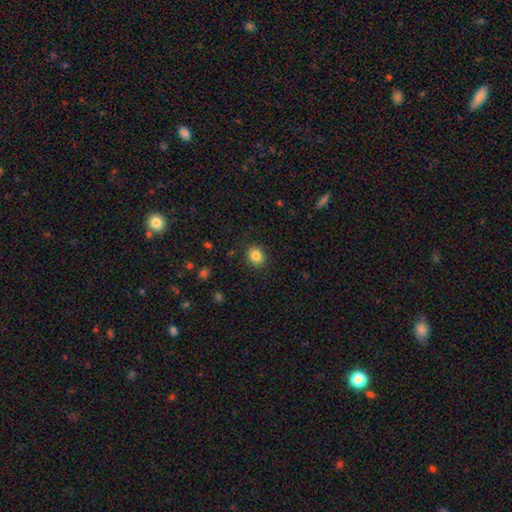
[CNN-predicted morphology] type=smooth (84%); roundness=round (77%); merging=none (89%).